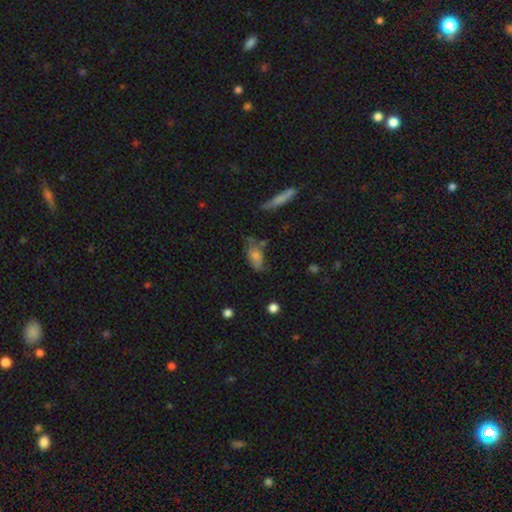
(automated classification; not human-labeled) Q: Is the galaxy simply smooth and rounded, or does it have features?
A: smooth — 62%.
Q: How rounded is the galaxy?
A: in between — 80%.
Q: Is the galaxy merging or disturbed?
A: none — 52%.